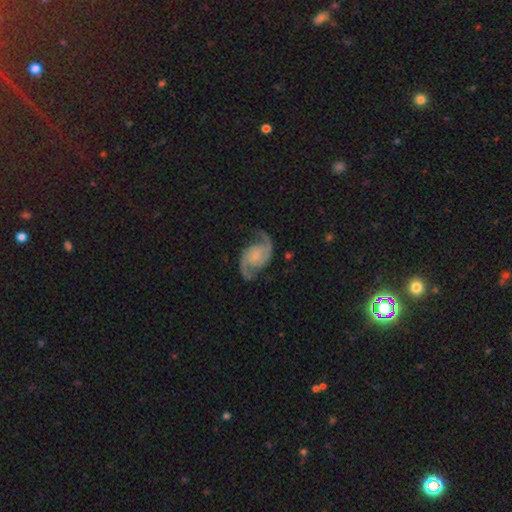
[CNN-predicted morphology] Overall: featured or disk (91%). Edge-on disk: no (98%). Bar: no (63%; weak 29%). Spiral arms: yes (98%). Spiral arm count: 2 (94%). Spiral winding: medium (52%; loose 35%). Bulge size: small (44%; none 30%). Merging: none (79%).